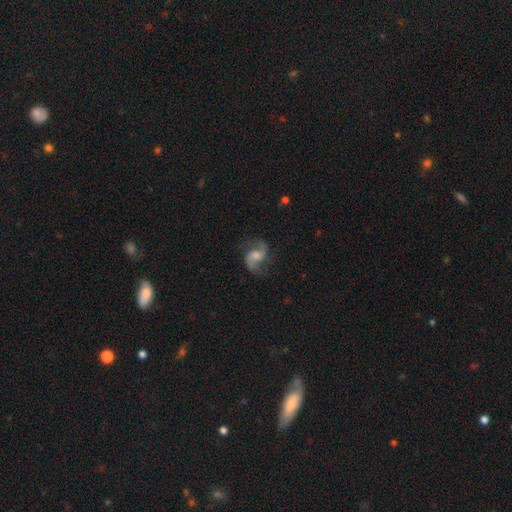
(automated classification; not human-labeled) Overall: featured or disk (84%). Edge-on disk: no (98%). Bar: no (49%; weak 42%). Spiral arms: yes (97%). Spiral arm count: 2 (92%). Spiral winding: loose (51%; medium 41%). Bulge size: moderate (45%; small 25%). Merging: none (75%).